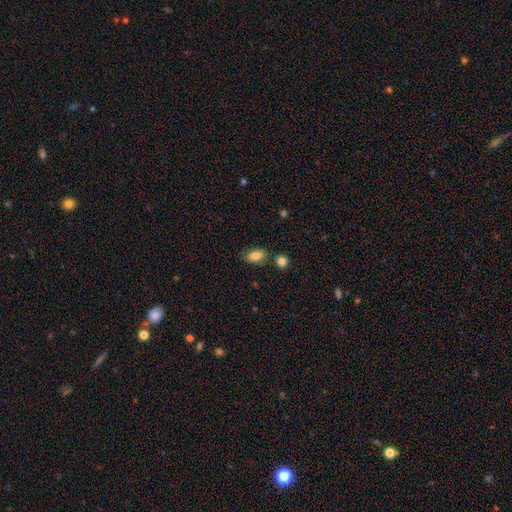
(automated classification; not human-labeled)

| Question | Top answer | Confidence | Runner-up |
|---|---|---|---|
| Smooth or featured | smooth | 83% | featured or disk (9%) |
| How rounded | in between | 89% | round (8%) |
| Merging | none | 74% | minor disturbance (14%) |